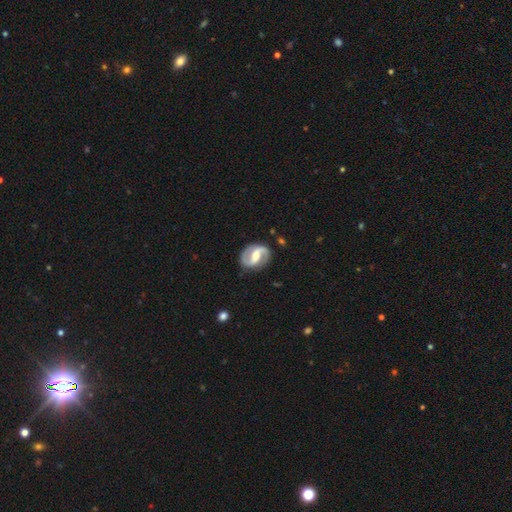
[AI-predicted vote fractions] Smooth or featured? featured or disk (87%)
Edge-on disk? no (98%)
Bar? strong (43%)
Spiral arms? yes (95%)
Spiral winding? medium (48%)
Spiral arm count? 2 (93%)
Bulge size? moderate (63%)
Merging? none (85%)